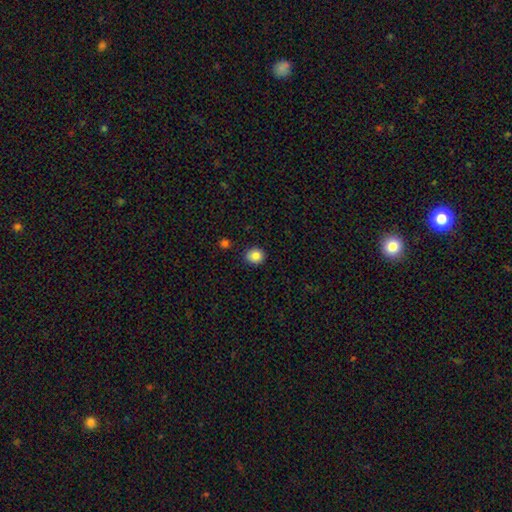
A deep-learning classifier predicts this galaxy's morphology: This appears to be a smooth galaxy with no disk features (86%) that is round (78%). Merging: none (88%).